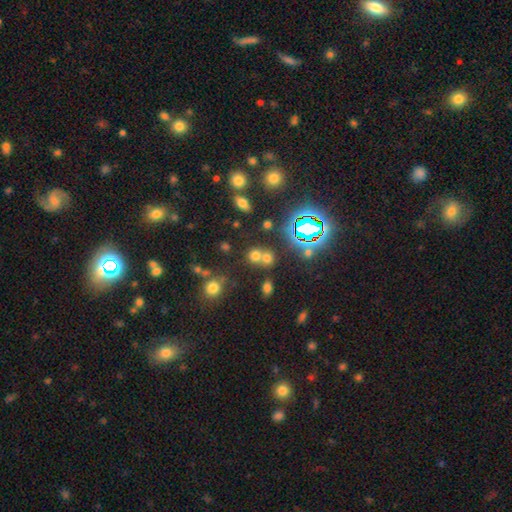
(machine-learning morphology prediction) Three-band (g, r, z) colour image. It shows a smooth galaxy with no disk features (58%) that is round (75%). Merging: merger (45%).